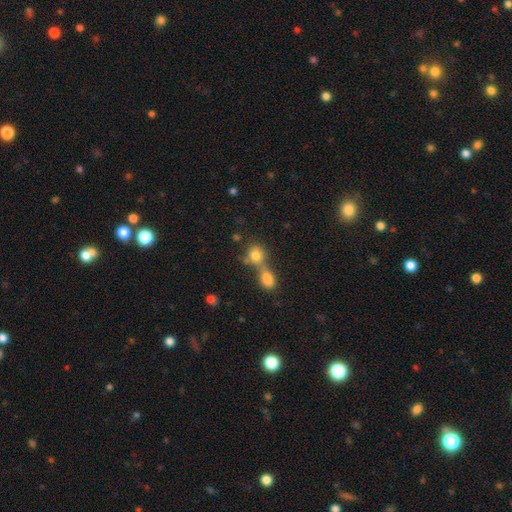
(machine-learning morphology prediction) A smooth galaxy with no disk features (79%) that is round (68%). Merging: merger (60%).